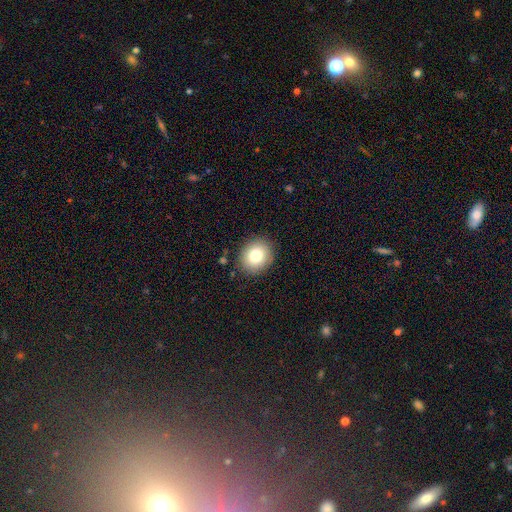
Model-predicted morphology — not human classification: Smooth or featured: smooth — 79% (featured or disk — 11%)
How rounded: round — 68% (in between — 31%)
Merging: none — 87% (minor disturbance — 9%)